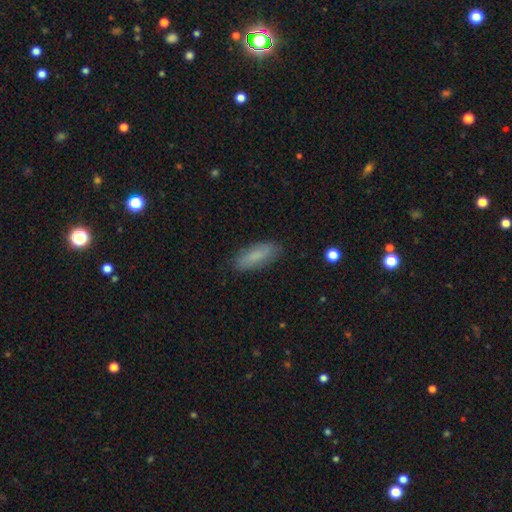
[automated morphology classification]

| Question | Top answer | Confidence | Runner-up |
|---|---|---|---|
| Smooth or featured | smooth | 81% | featured or disk (12%) |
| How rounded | in between | 62% | cigar-shaped (36%) |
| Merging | none | 85% | minor disturbance (11%) |